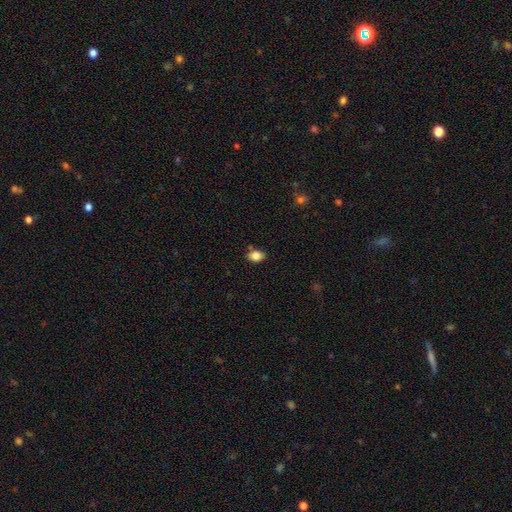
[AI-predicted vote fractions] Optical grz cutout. It shows a smooth galaxy with no disk features (85%) that is in between round and cigar-shaped (71%). Merging: none (80%).